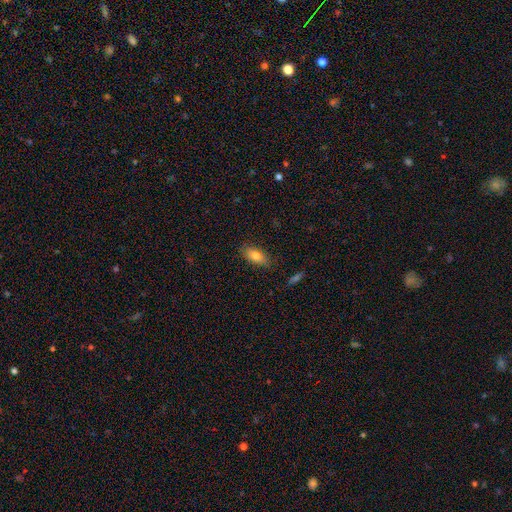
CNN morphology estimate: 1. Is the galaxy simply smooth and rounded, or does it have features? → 79% smooth, 14% featured or disk, 8% star or artifact.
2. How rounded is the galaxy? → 84% in between, 12% cigar-shaped, 4% round.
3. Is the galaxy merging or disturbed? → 83% none, 13% minor disturbance, 3% major disturbance, 1% merger.